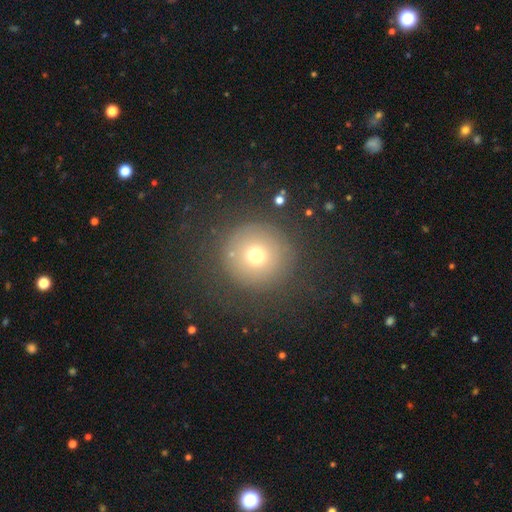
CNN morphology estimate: smooth_or_featured: smooth (p=0.68) [alt: star or artifact p=0.17]
how_rounded: round (p=0.96) [alt: in between p=0.03]
merging: none (p=0.81) [alt: minor disturbance p=0.10]